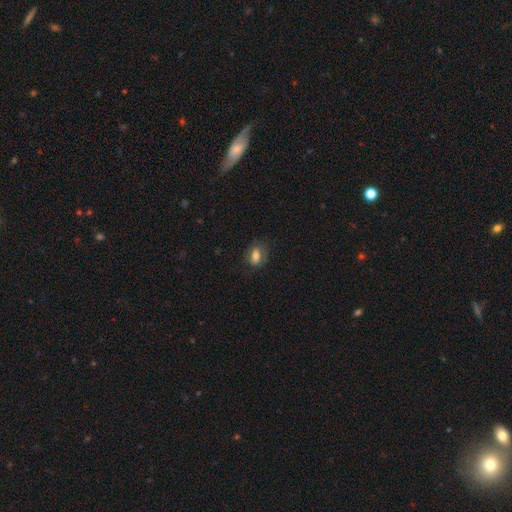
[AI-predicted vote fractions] smooth-or-featured: smooth: 72% | featured or disk: 18% | star or artifact: 10%
  how-rounded: in between: 81% | round: 15% | cigar-shaped: 5%
  merging: none: 70% | minor disturbance: 20% | major disturbance: 9% | merger: 1%